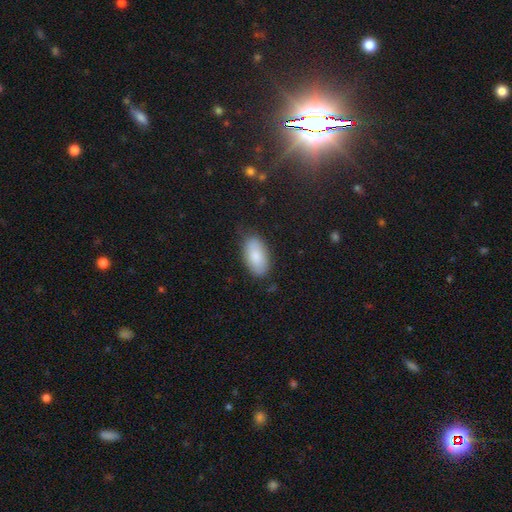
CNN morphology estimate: Smooth or featured? smooth (85%)
How rounded? in between (94%)
Merging? none (79%)